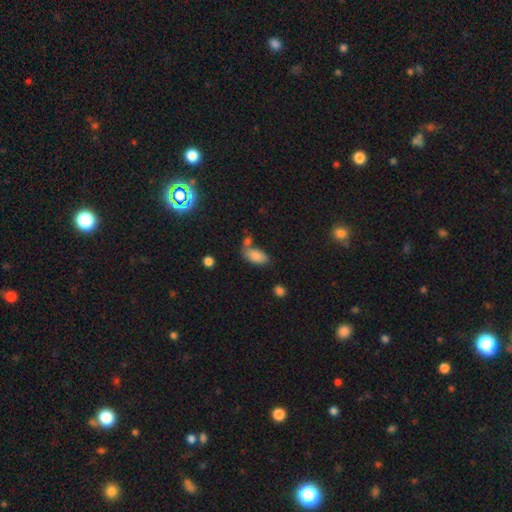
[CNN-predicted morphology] smooth_or_featured: smooth (p=0.85) [alt: star or artifact p=0.09]
how_rounded: in between (p=0.93) [alt: round p=0.04]
merging: none (p=0.49) [alt: merger p=0.27]